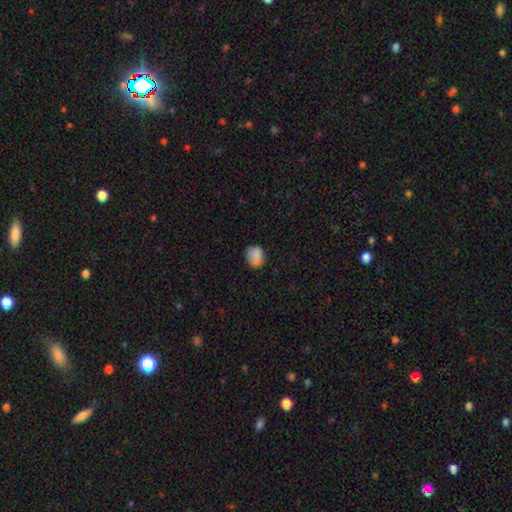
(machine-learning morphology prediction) A smooth galaxy with no disk features (82%) that is round (60%).

Vote fractions:
- Smooth or featured? smooth: 82% / featured or disk: 9% / star or artifact: 9%
- How rounded? round: 60% / in between: 39% / cigar-shaped: 1%
- Merging? none: 72% / minor disturbance: 20% / major disturbance: 4% / merger: 4%